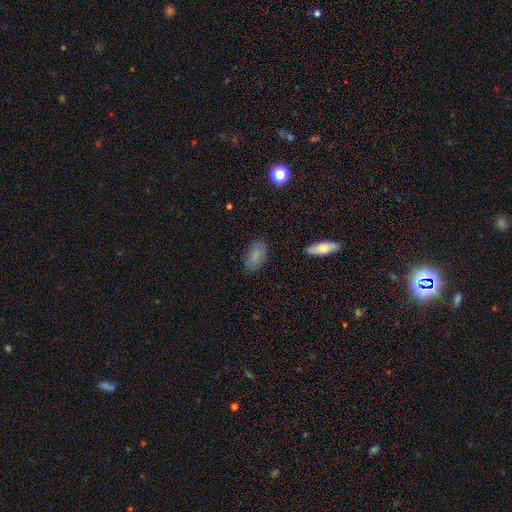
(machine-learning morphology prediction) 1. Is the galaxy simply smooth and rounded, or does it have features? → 81% smooth, 10% featured or disk, 9% star or artifact.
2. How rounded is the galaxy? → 91% in between, 5% round, 4% cigar-shaped.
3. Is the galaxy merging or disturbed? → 83% none, 13% minor disturbance, 3% major disturbance, 1% merger.